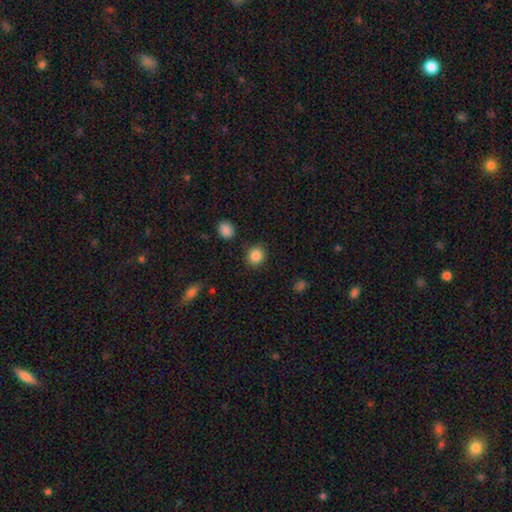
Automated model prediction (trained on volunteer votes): This is clearly a smooth galaxy (87%). How rounded: clearly round (80%). Merging: clearly none (88%).